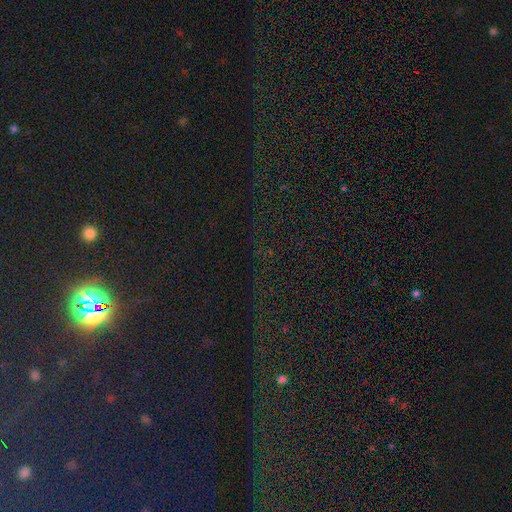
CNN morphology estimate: smooth_or_featured: star or artifact (p=0.83) [alt: smooth p=0.09]